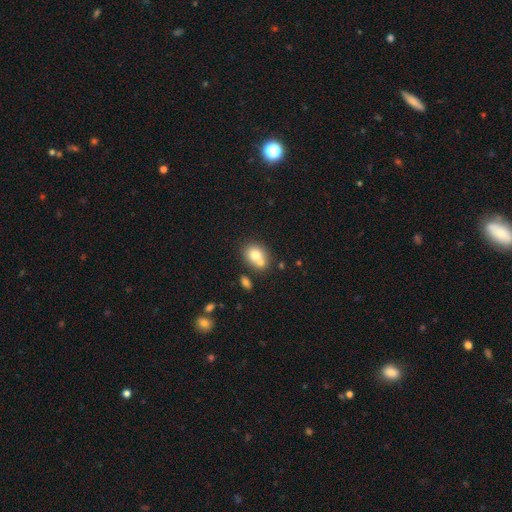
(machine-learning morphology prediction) Smooth or featured?
  - smooth: 74% *
  - featured or disk: 16%
  - star or artifact: 10%
How rounded?
  - round: 52% *
  - in between: 47%
  - cigar-shaped: 1%
Merging?
  - none: 44% *
  - merger: 40%
  - minor disturbance: 12%
  - major disturbance: 4%